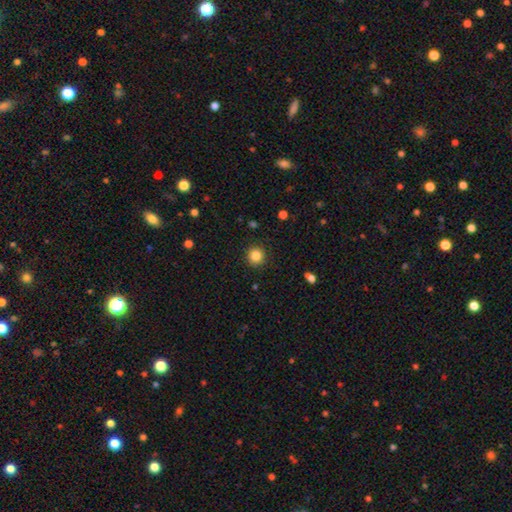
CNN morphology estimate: Smooth or featured? Predicted: smooth (p=0.85). How rounded? Predicted: round (p=0.93). Merging? Predicted: none (p=0.91).